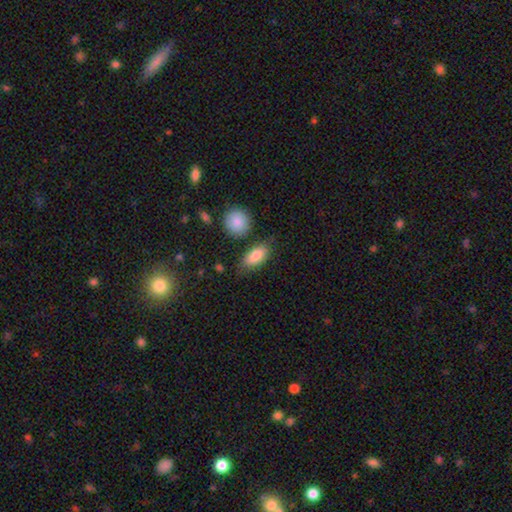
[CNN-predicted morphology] This appears to be a smooth galaxy with no disk features (84%) that is in between round and cigar-shaped (86%). Merging: none (72%).